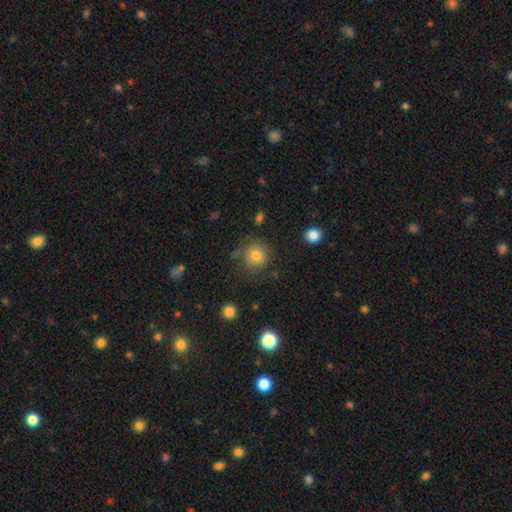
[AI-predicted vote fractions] The model was most divided on "merging": none: 73%, minor disturbance: 16%, major disturbance: 7%, merger: 4%. More confident: how rounded — round (88%); smooth or featured — smooth (76%).